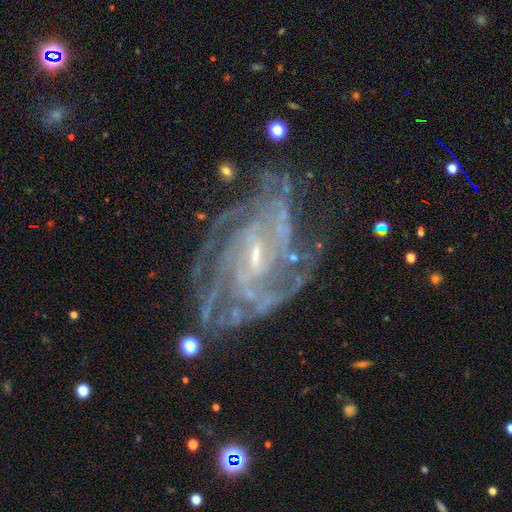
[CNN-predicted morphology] Overall: featured or disk (89%). Edge-on disk: no (97%). Bar: weak (48%; no 27%). Spiral arms: yes (97%). Spiral arm count: 4 (27%; can't tell 24%). Spiral winding: tight (60%; medium 33%). Bulge size: small (75%). Merging: none (68%).